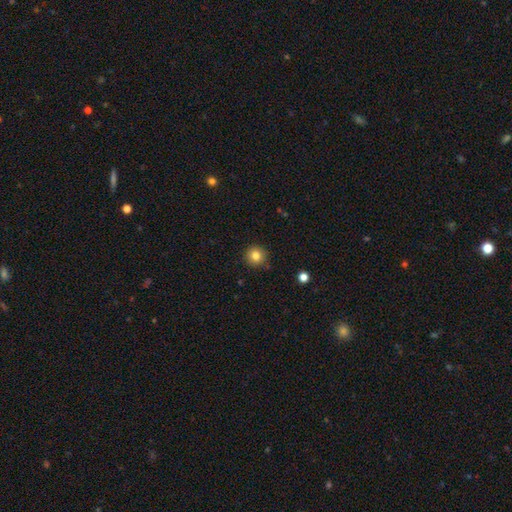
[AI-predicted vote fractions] Smooth or featured?
  - smooth: 81% *
  - star or artifact: 11%
  - featured or disk: 8%
How rounded?
  - round: 93% *
  - in between: 6%
  - cigar-shaped: 1%
Merging?
  - none: 88% *
  - minor disturbance: 8%
  - major disturbance: 2%
  - merger: 2%